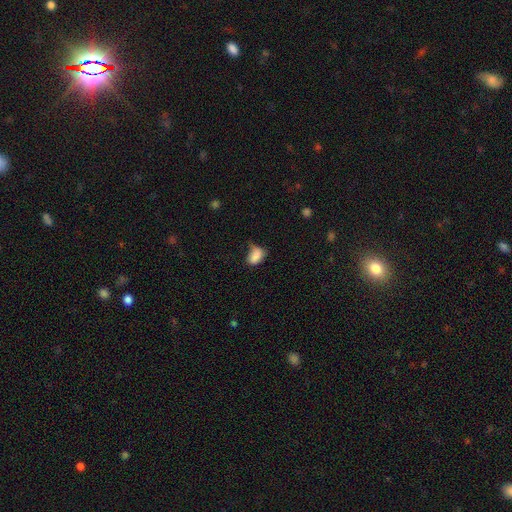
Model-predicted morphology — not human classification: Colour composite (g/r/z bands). It shows a smooth galaxy with no disk features (83%) that is in between round and cigar-shaped (86%). Merging: minor disturbance (39%).